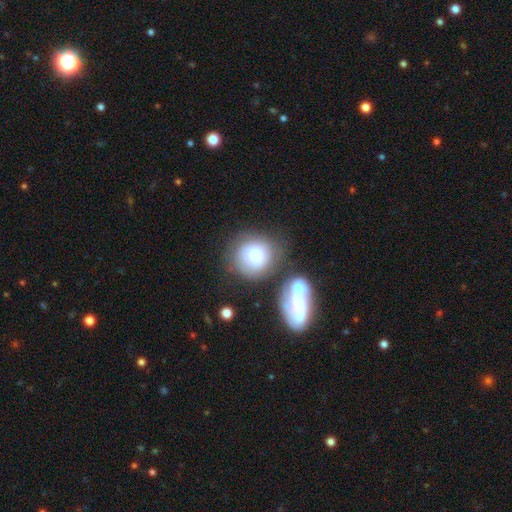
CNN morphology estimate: type=smooth (69%); roundness=round (86%); merging=none (58%).